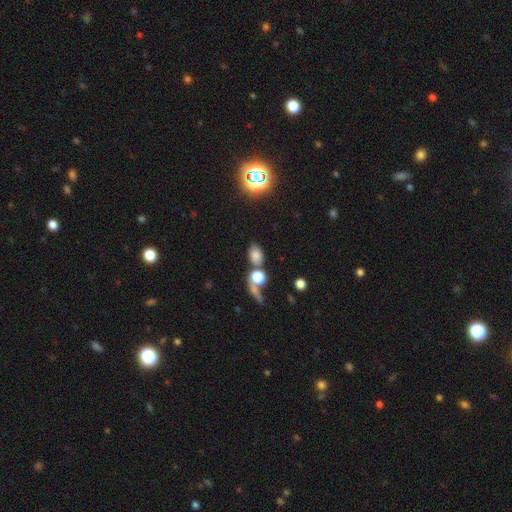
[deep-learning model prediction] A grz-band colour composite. It shows a smooth galaxy with no disk features (74%) that is in between round and cigar-shaped (73%). Merging: none (57%).